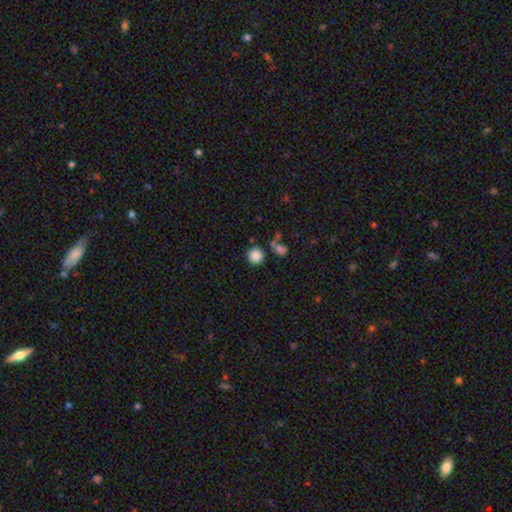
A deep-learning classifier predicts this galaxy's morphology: A smooth galaxy with no disk features (86%) that is round (92%).

Vote fractions:
- Smooth or featured? smooth: 86% / star or artifact: 10% / featured or disk: 4%
- How rounded? round: 92% / in between: 7% / cigar-shaped: 1%
- Merging? none: 76% / merger: 10% / minor disturbance: 10% / major disturbance: 4%